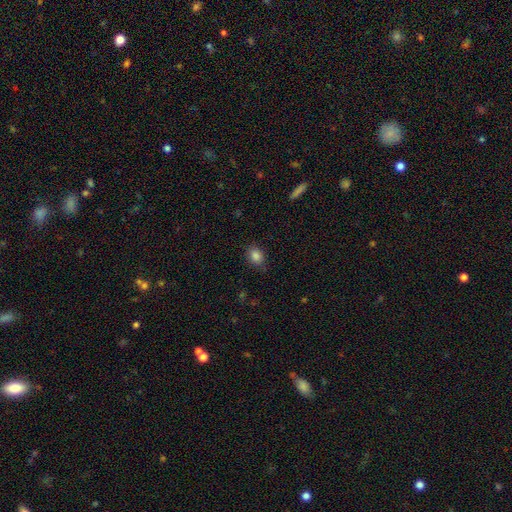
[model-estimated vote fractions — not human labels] Morphology: type=smooth (86%); roundness=in between (64%); merging=none (82%).